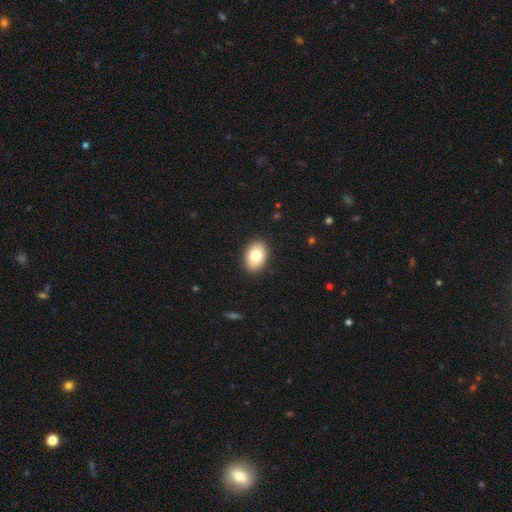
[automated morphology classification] Smooth or featured? Predicted: smooth (p=0.79). How rounded? Predicted: in between (p=0.81). Merging? Predicted: none (p=0.90).